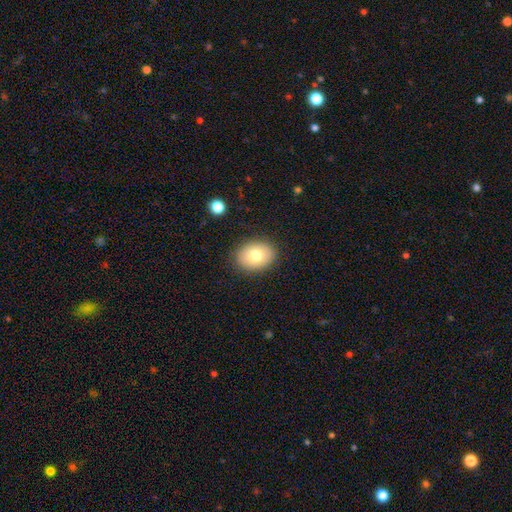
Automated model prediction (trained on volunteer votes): Smooth or featured: smooth — 77% (featured or disk — 14%)
How rounded: in between — 70% (round — 29%)
Merging: none — 88% (minor disturbance — 9%)